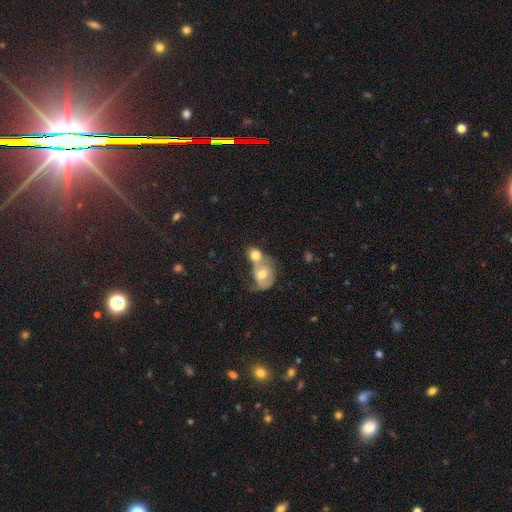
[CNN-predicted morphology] smooth-or-featured: smooth: 67% | featured or disk: 24% | star or artifact: 9%
  how-rounded: round: 53% | in between: 46% | cigar-shaped: 2%
  merging: merger: 71% | none: 17% | minor disturbance: 7% | major disturbance: 5%